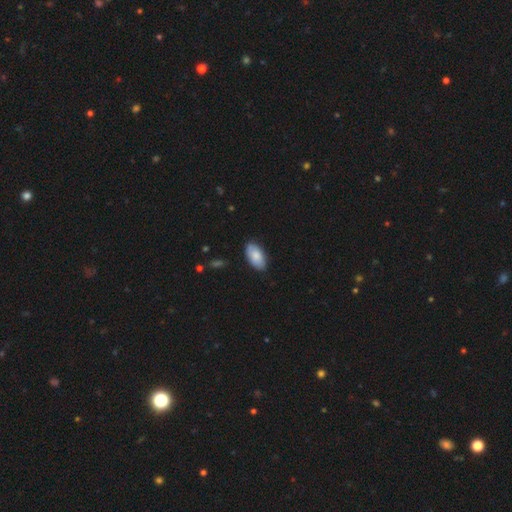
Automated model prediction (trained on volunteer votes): The model was most divided on "merging": none: 82%, minor disturbance: 14%, major disturbance: 2%, merger: 1%. More confident: how rounded — in between (95%); smooth or featured — smooth (82%).